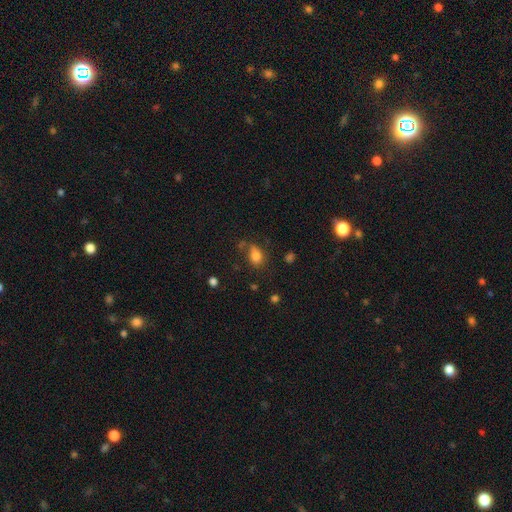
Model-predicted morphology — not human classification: This is clearly a smooth galaxy (80%). How rounded: likely in between (74%). Merging: possibly none (59%).